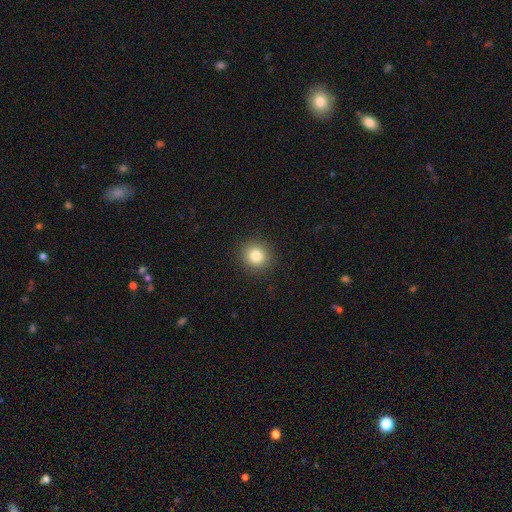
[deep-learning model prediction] Smooth or featured? Predicted: smooth (p=0.82). How rounded? Predicted: round (p=0.91). Merging? Predicted: none (p=0.92).